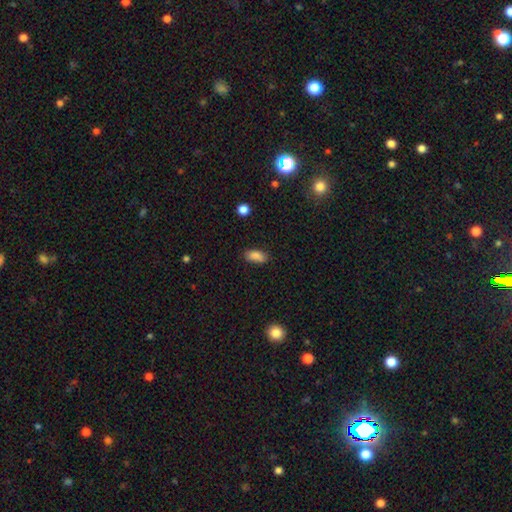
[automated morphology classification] This is clearly a smooth galaxy (85%). How rounded: clearly in between (89%). Merging: clearly none (82%).